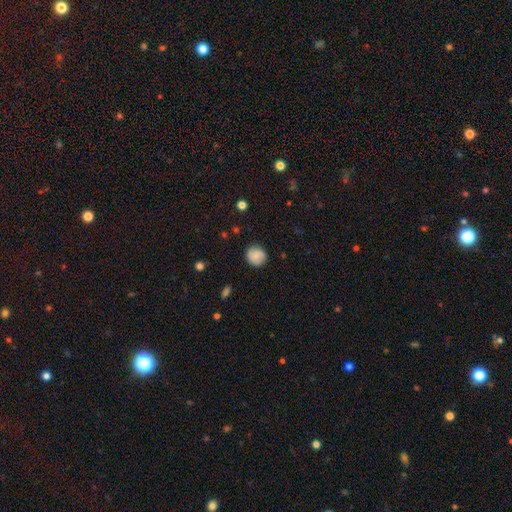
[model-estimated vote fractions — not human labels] smooth-or-featured: smooth: 82% | featured or disk: 10% | star or artifact: 8%
  how-rounded: round: 87% | in between: 12% | cigar-shaped: 1%
  merging: none: 85% | minor disturbance: 11% | major disturbance: 3% | merger: 1%